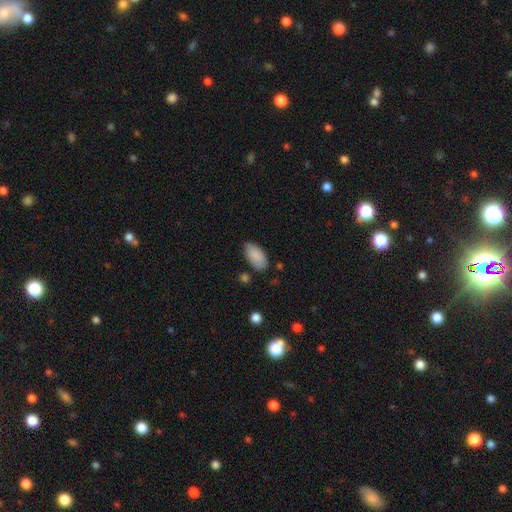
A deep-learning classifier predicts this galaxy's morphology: smooth_or_featured: smooth (p=0.88) [alt: star or artifact p=0.06]
how_rounded: in between (p=0.94) [alt: cigar-shaped p=0.04]
merging: none (p=0.77) [alt: minor disturbance p=0.17]